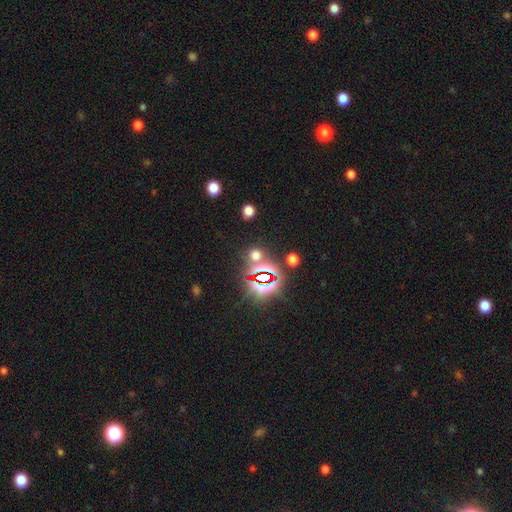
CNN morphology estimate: Smooth or featured: star or artifact — 47% (smooth — 46%)